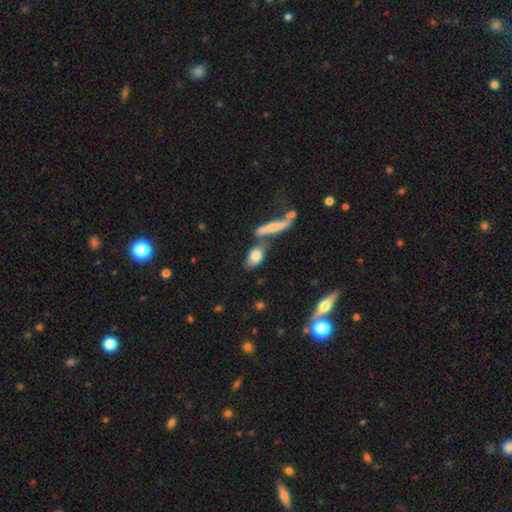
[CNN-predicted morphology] Smooth or featured? smooth (75%)
How rounded? in between (83%)
Merging? none (46%)